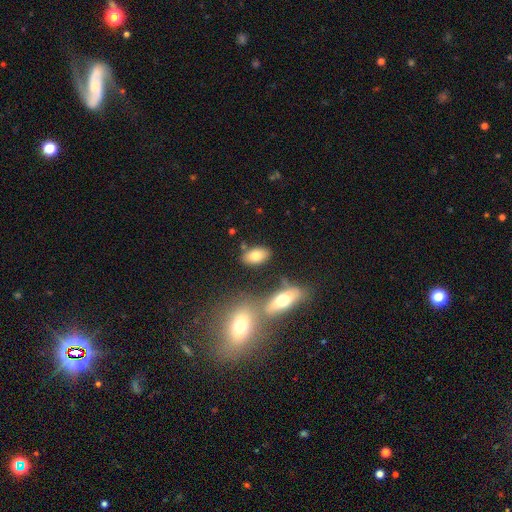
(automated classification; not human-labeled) A smooth galaxy with no disk features (76%) that is in between round and cigar-shaped (90%). Merging: none (76%).